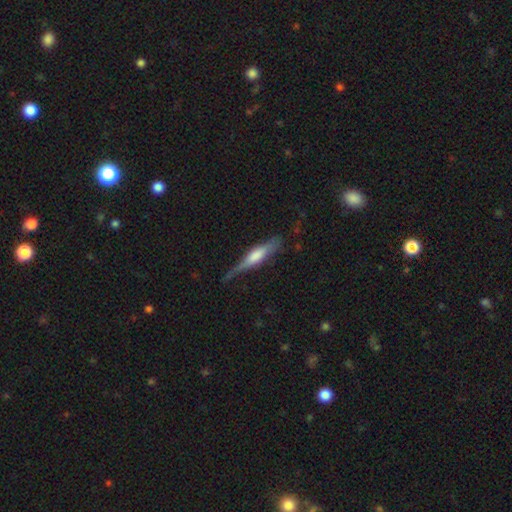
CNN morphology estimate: A featured or disk galaxy (59%) viewed edge-on (94%) with a rounded central bulge (53%). Merging: none (68%).